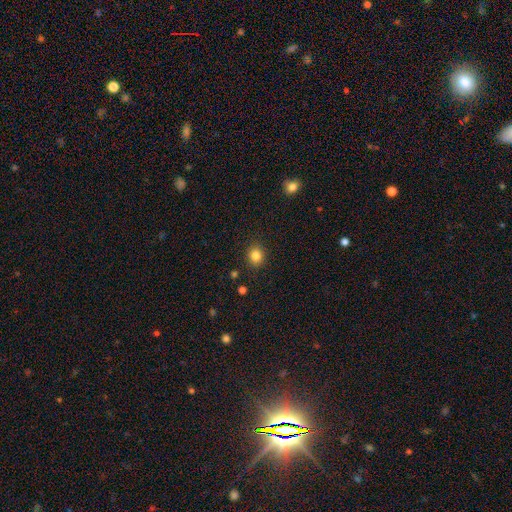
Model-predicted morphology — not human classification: smooth_or_featured: smooth (p=0.83) [alt: star or artifact p=0.12]
how_rounded: round (p=0.75) [alt: in between p=0.24]
merging: none (p=0.88) [alt: minor disturbance p=0.08]